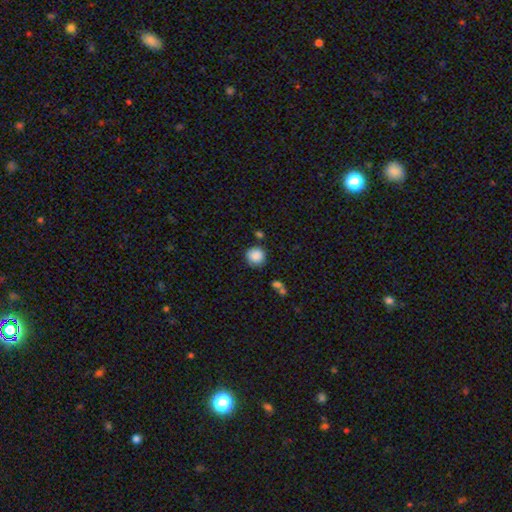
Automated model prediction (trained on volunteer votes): smooth-or-featured: smooth: 88% | star or artifact: 9% | featured or disk: 4%
  how-rounded: round: 92% | in between: 7% | cigar-shaped: 1%
  merging: none: 82% | minor disturbance: 10% | merger: 5% | major disturbance: 3%